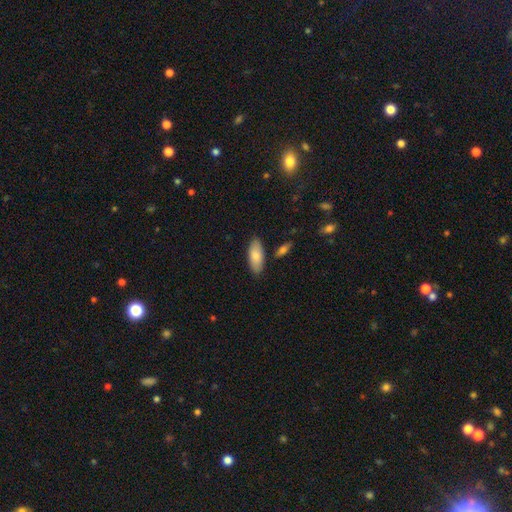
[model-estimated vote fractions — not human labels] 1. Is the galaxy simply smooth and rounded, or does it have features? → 82% smooth, 13% featured or disk, 6% star or artifact.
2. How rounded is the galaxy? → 85% in between, 13% cigar-shaped, 2% round.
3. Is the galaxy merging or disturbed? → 83% none, 11% minor disturbance, 4% merger, 2% major disturbance.